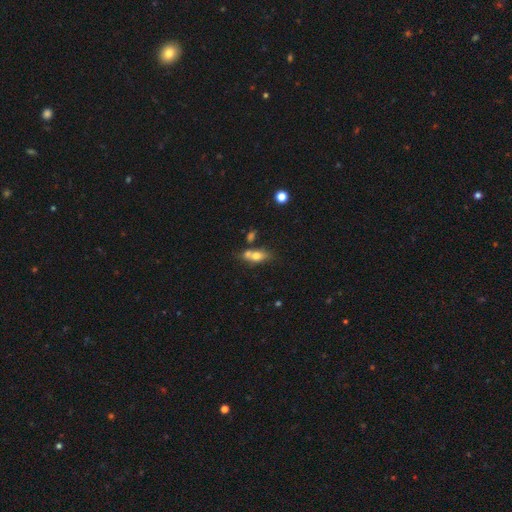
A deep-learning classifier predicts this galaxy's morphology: This is likely a smooth galaxy (66%). How rounded: likely in between (72%). Merging: marginally merger (40%, tied with none).